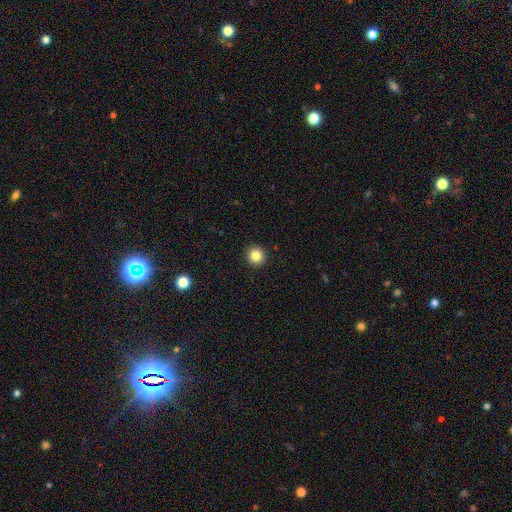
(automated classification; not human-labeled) This appears to be a smooth galaxy with no disk features (85%) that is round (93%). Merging: none (93%).